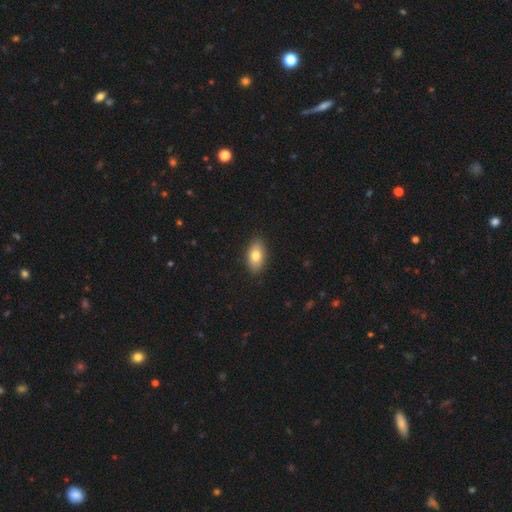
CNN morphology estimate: smooth_or_featured: smooth (p=0.79) [alt: featured or disk p=0.14]
how_rounded: in between (p=0.91) [alt: round p=0.05]
merging: none (p=0.88) [alt: minor disturbance p=0.09]